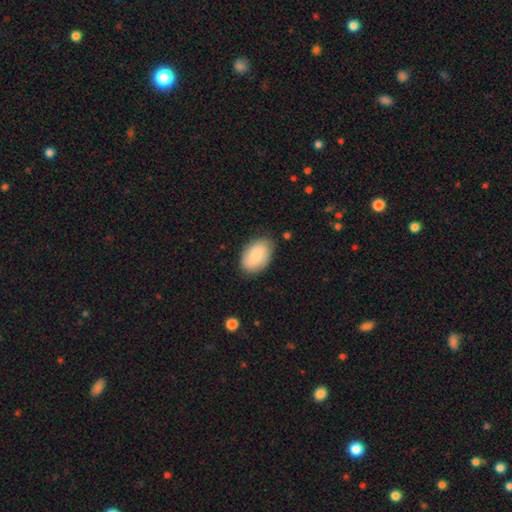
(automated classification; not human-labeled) Smooth or featured? smooth (81%)
How rounded? in between (91%)
Merging? none (79%)